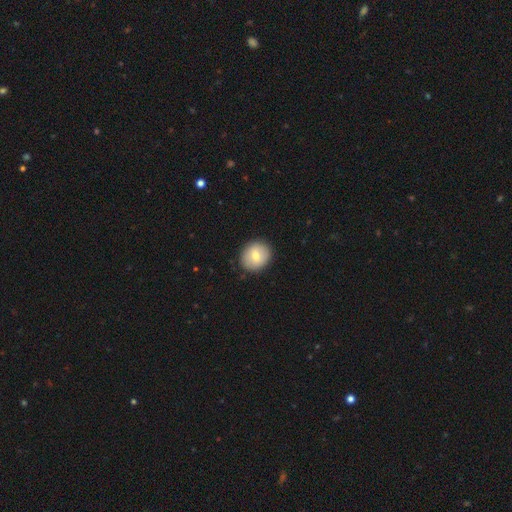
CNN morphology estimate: smooth-or-featured: smooth: 70% | featured or disk: 22% | star or artifact: 7%
  how-rounded: round: 78% | in between: 21% | cigar-shaped: 1%
  merging: none: 89% | minor disturbance: 8% | major disturbance: 2% | merger: 1%